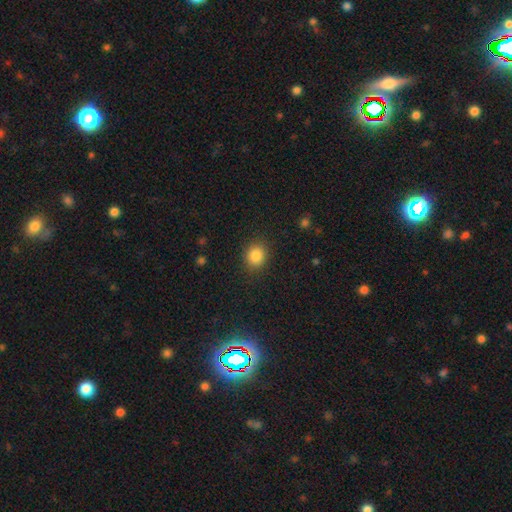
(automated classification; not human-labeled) A smooth galaxy with no disk features (85%) that is round (73%). Merging: none (88%).